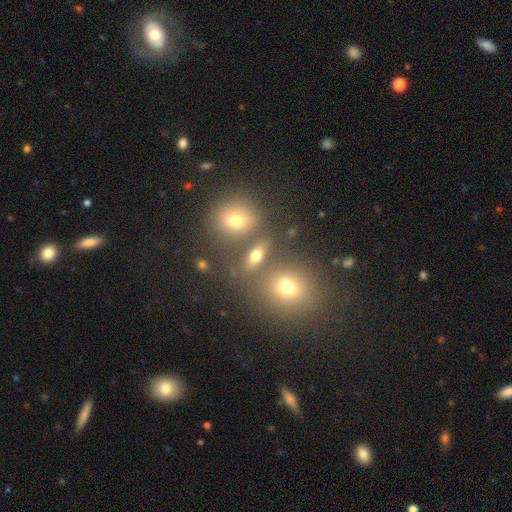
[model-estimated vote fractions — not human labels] Smooth or featured? smooth (64%)
How rounded? in between (63%)
Merging? none (61%)